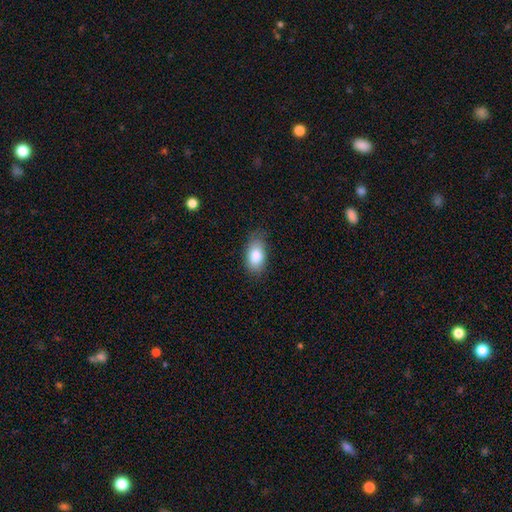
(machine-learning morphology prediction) Smooth or featured? Predicted: smooth (p=0.84). How rounded? Predicted: in between (p=0.91). Merging? Predicted: none (p=0.72).